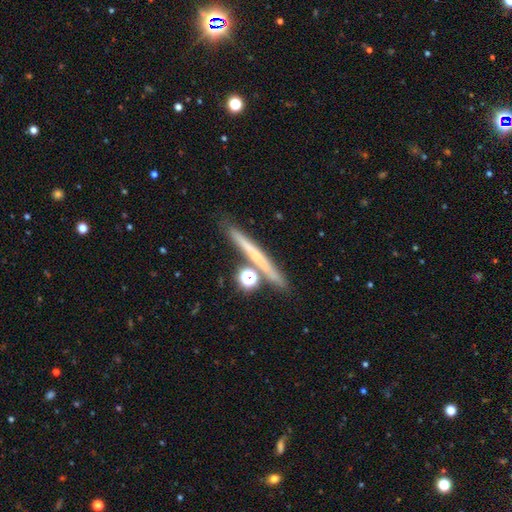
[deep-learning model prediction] smooth 44%, featured or disk 43%, star or artifact 13%. Down the decision tree: merging — none (78%).